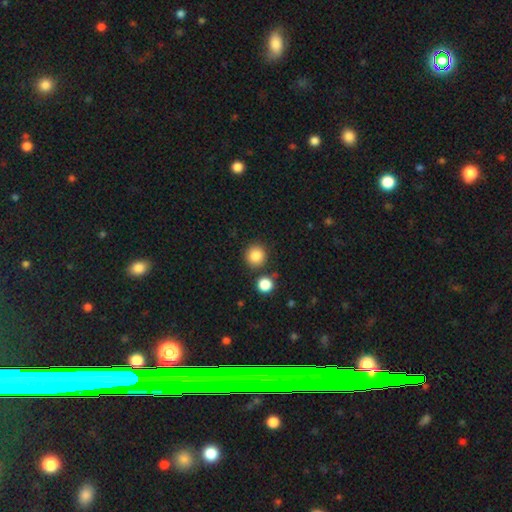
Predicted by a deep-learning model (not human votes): smooth-or-featured: smooth: 86% | star or artifact: 10% | featured or disk: 4%
  how-rounded: round: 92% | in between: 7% | cigar-shaped: 1%
  merging: none: 84% | minor disturbance: 7% | merger: 6% | major disturbance: 2%